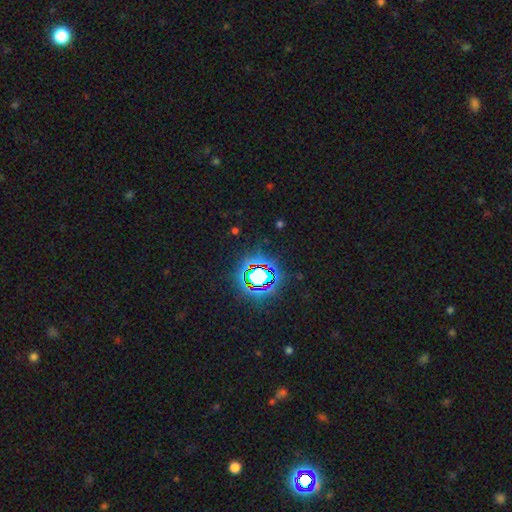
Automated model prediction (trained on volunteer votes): A star or artifact, not a galaxy (79%).

Vote fractions:
- Smooth or featured? star or artifact: 79% / smooth: 13% / featured or disk: 7%